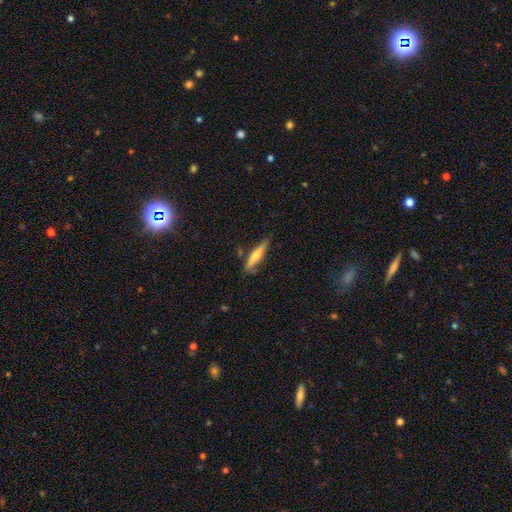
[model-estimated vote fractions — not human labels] Smooth or featured: smooth — 54% (featured or disk — 40%)
How rounded: cigar-shaped — 86% (in between — 12%)
Merging: none — 74% (minor disturbance — 19%)